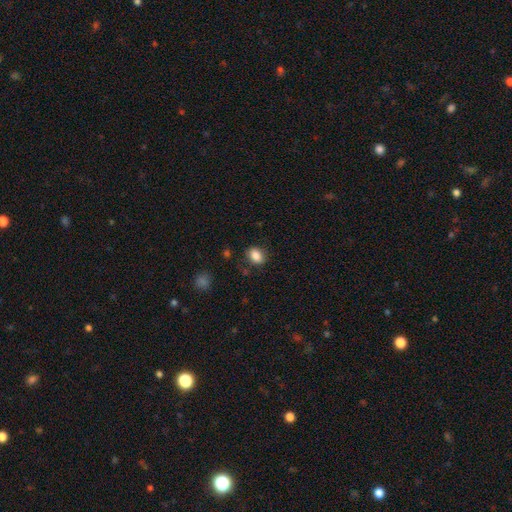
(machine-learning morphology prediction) Smooth or featured?
  - smooth: 86% *
  - star or artifact: 9%
  - featured or disk: 5%
How rounded?
  - in between: 70% *
  - round: 28%
  - cigar-shaped: 1%
Merging?
  - none: 82% *
  - minor disturbance: 12%
  - major disturbance: 4%
  - merger: 2%